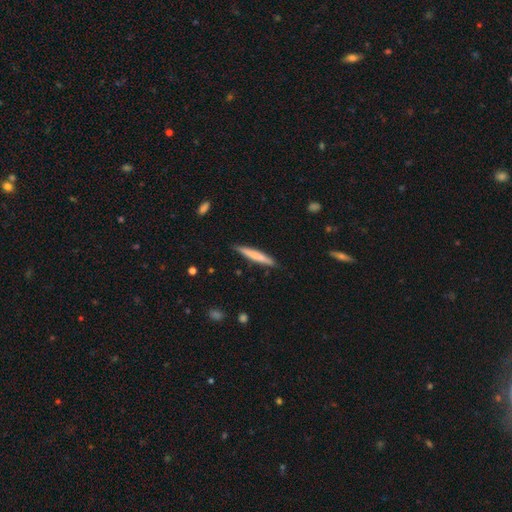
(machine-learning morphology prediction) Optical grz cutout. It shows a smooth galaxy with no disk features (67%) that is cigar-shaped (95%). Merging: none (88%).